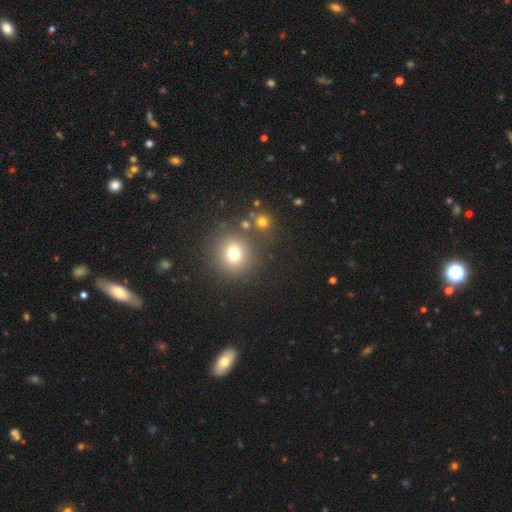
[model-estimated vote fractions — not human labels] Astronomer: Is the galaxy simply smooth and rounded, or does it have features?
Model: smooth — 56% (runner-up: star or artifact, 34%).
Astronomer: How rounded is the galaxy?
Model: round — 89%.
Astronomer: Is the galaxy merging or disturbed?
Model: none — 79%.